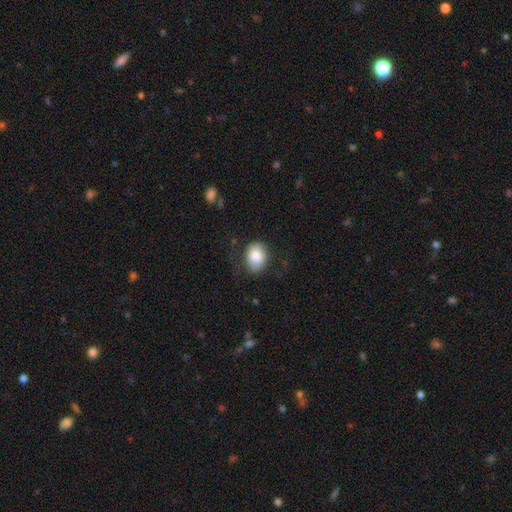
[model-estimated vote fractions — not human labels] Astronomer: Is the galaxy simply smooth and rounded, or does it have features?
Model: smooth — 81%.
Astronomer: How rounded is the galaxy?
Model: in between — 57% (runner-up: round, 42%).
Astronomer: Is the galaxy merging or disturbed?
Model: none — 72%.